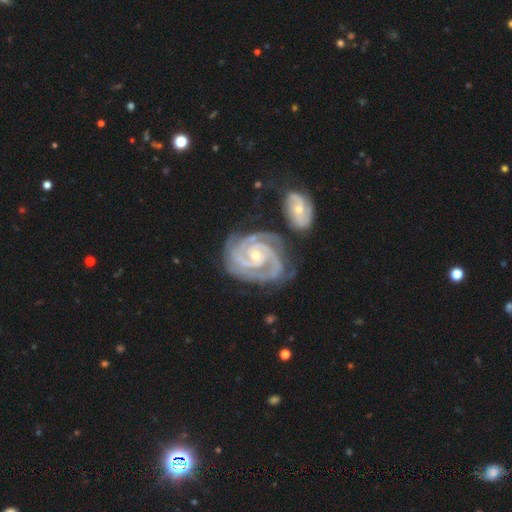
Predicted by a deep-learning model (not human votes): This is clearly a featured or disk galaxy (93%). It is clearly not viewed edge-on (98%). Bar: possibly no (60%). Spiral arm pattern: clearly yes (99%). Spiral arm count: marginally 2 (44%). Spiral winding: likely tight (76%). Central bulge: likely small (68%). Merging: possibly none (55%).